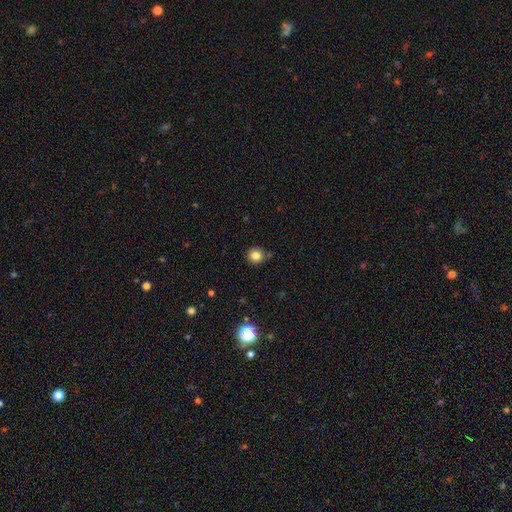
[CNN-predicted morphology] This is clearly a smooth galaxy (82%). How rounded: clearly round (91%). Merging: clearly none (84%).